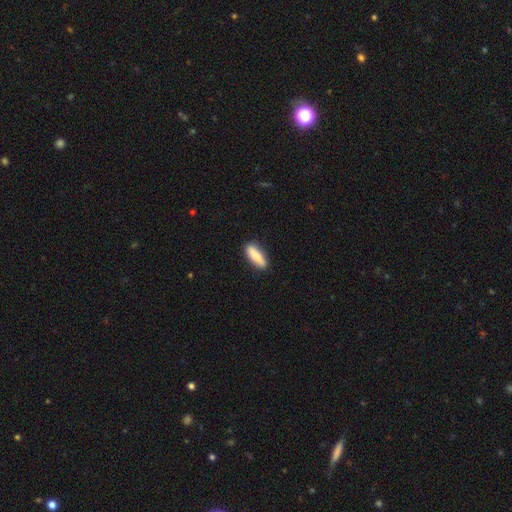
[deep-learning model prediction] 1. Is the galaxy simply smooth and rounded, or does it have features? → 84% smooth, 10% featured or disk, 5% star or artifact.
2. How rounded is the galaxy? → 51% cigar-shaped, 47% in between, 2% round.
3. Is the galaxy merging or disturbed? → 88% none, 9% minor disturbance, 2% major disturbance, 1% merger.